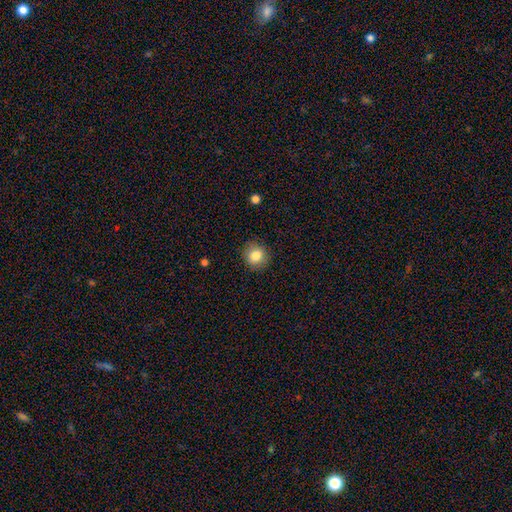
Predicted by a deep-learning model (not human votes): Smooth or featured? Predicted: smooth (p=0.84). How rounded? Predicted: round (p=0.87). Merging? Predicted: none (p=0.88).